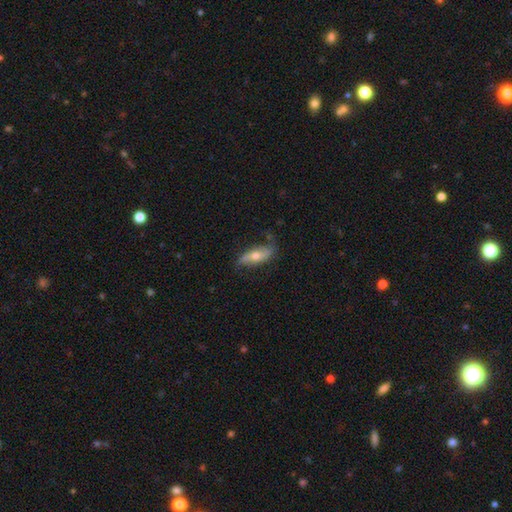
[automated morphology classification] Smooth or featured: featured or disk — 60% (smooth — 32%)
Edge-on disk: no — 70% (yes — 30%)
Merging: none — 70% (minor disturbance — 22%)